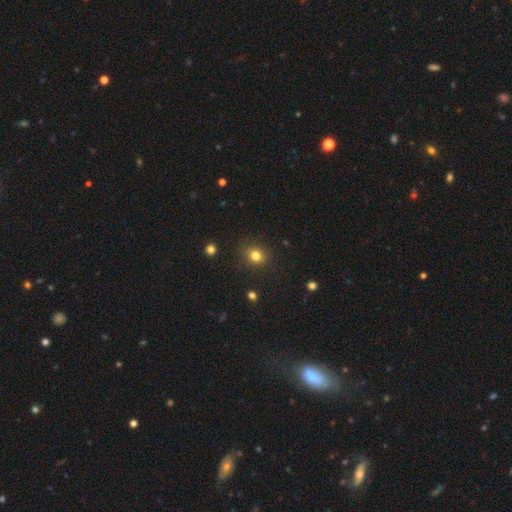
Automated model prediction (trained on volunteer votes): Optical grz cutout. It shows a smooth galaxy with no disk features (82%) that is round (66%). Merging: none (87%).